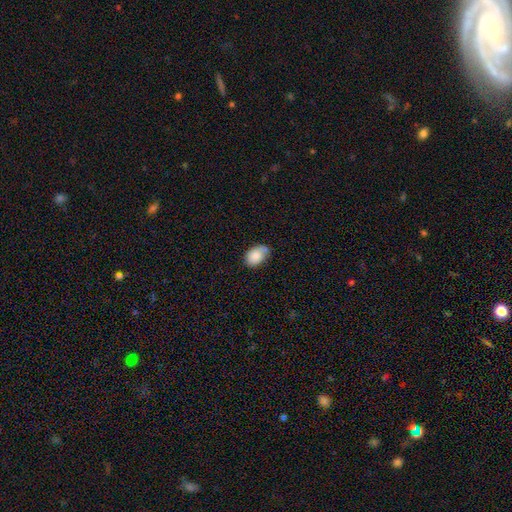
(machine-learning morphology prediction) Smooth or featured? Predicted: smooth (p=0.78). How rounded? Predicted: in between (p=0.83). Merging? Predicted: none (p=0.50).